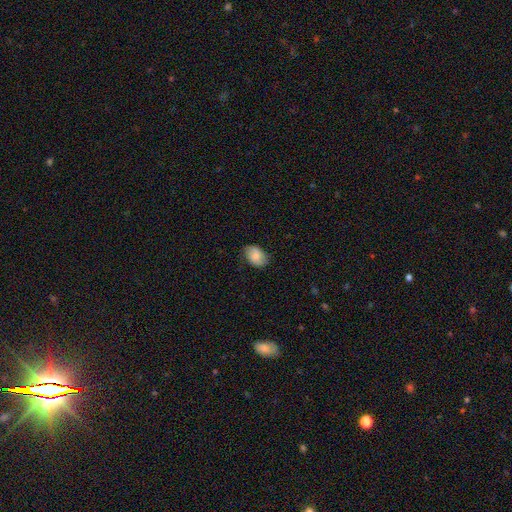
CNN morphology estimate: Smooth or featured: smooth — 77% (featured or disk — 16%)
How rounded: in between — 81% (round — 18%)
Merging: none — 77% (minor disturbance — 19%)